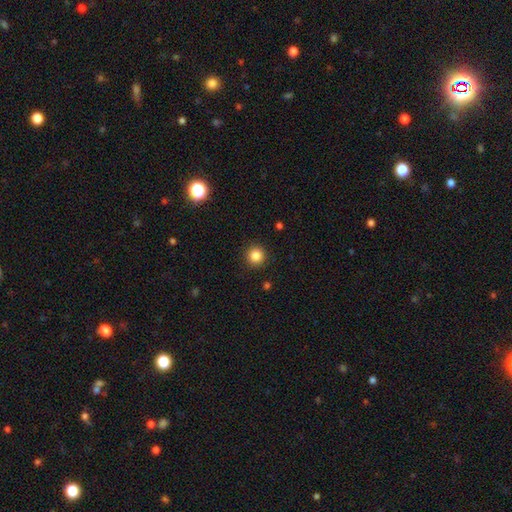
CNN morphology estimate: Q: Smooth or featured?
A: smooth (85%); runner-up: star or artifact (11%)
Q: How rounded?
A: round (95%); runner-up: in between (4%)
Q: Merging?
A: none (92%); runner-up: minor disturbance (5%)